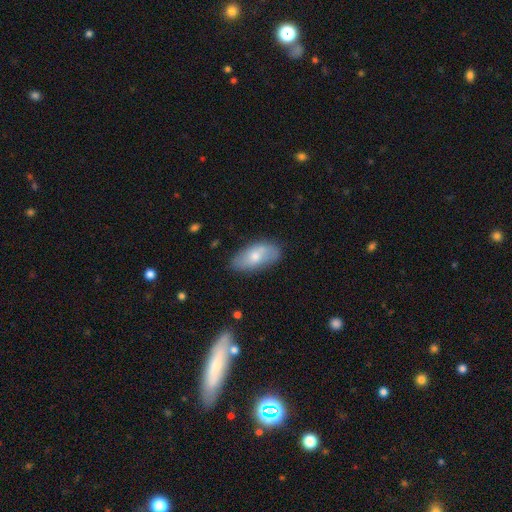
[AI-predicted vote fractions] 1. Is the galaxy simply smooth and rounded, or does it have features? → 62% smooth, 31% featured or disk, 6% star or artifact.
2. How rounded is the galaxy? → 92% in between, 5% cigar-shaped, 3% round.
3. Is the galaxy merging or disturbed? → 74% none, 19% minor disturbance, 4% major disturbance, 2% merger.